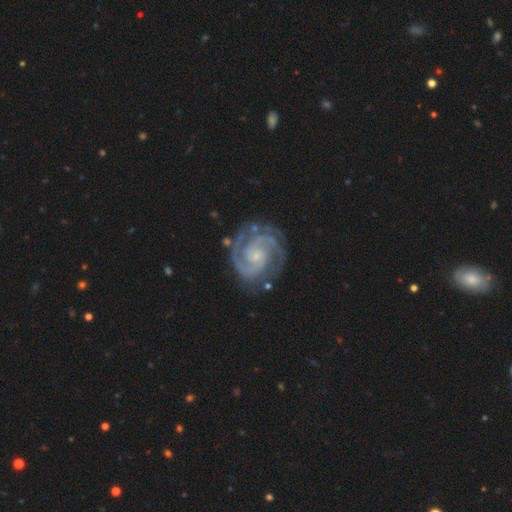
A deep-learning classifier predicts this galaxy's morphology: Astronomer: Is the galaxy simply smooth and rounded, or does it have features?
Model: featured or disk — 93%.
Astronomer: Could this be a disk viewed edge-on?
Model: no — 98%.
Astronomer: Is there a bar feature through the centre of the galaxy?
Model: no — 64%.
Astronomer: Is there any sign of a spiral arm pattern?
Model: yes — 99%.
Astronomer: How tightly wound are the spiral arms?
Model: tight — 63%.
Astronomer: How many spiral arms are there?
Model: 2 — 78%.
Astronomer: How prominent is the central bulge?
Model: small — 77%.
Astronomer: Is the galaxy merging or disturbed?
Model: none — 78%.